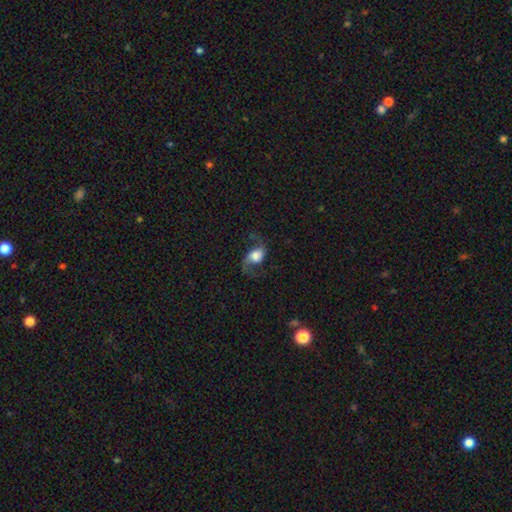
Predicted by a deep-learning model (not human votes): smooth-or-featured: featured or disk: 69% | smooth: 22% | star or artifact: 9%
  disk-edge-on: no: 96% | yes: 4%
    bar: no: 61% | weak: 29% | strong: 10%
    has-spiral-arms: yes: 93% | no: 7%
      spiral-winding: loose: 79% | medium: 18% | tight: 4%
      spiral-arm-count: 2: 91% | 1: 4% | can't tell: 2% | 3: 1% | 4: 1% | more than 4: 1%
    bulge-size: large: 45% | moderate: 23% | dominant: 18% | small: 9% | none: 6%
  merging: none: 66% | minor disturbance: 16% | major disturbance: 16% | merger: 2%